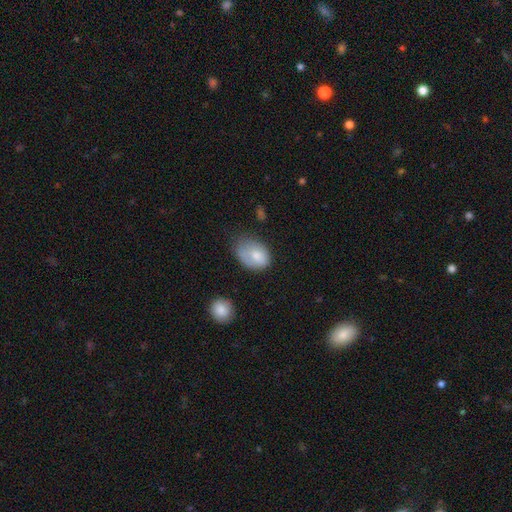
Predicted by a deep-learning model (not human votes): A smooth galaxy with no disk features (75%) that is in between round and cigar-shaped (79%). Merging: minor disturbance (40%).